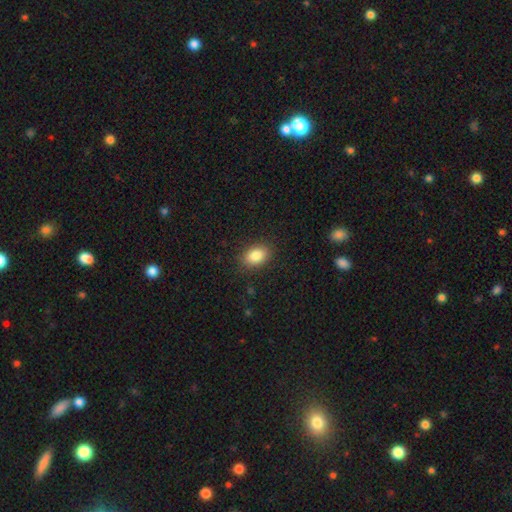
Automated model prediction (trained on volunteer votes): smooth_or_featured: smooth (p=0.86) [alt: star or artifact p=0.08]
how_rounded: in between (p=0.82) [alt: round p=0.16]
merging: none (p=0.86) [alt: minor disturbance p=0.10]